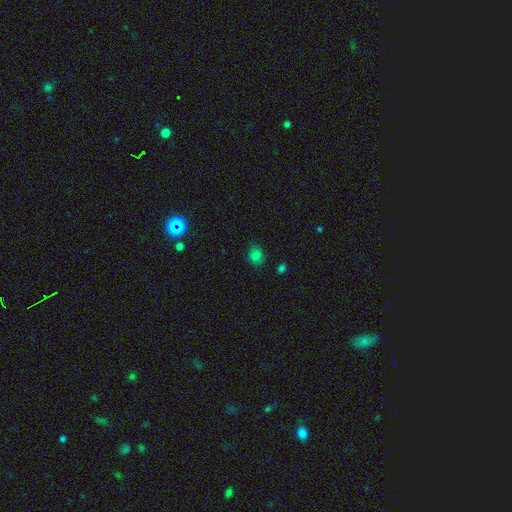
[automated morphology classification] The model was most divided on "how rounded": round: 65%, in between: 34%, cigar-shaped: 1%. More confident: merging — none (82%); smooth or featured — smooth (77%).